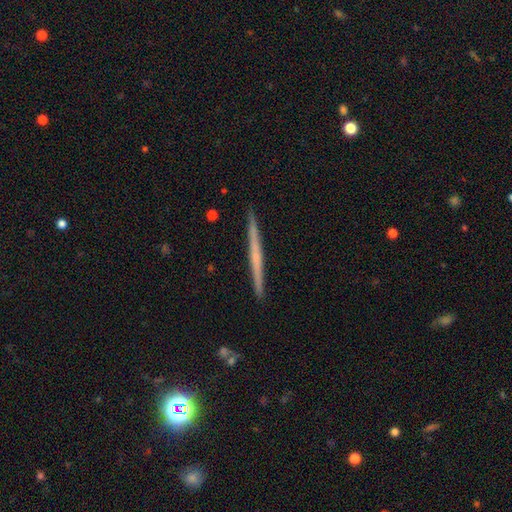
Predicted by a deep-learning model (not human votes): Q: Smooth or featured?
A: featured or disk (61%); runner-up: smooth (33%)
Q: Edge-on disk?
A: yes (98%); runner-up: no (2%)
Q: Edge-on bulge?
A: none (79%); runner-up: rounded (16%)
Q: Merging?
A: none (92%); runner-up: minor disturbance (5%)